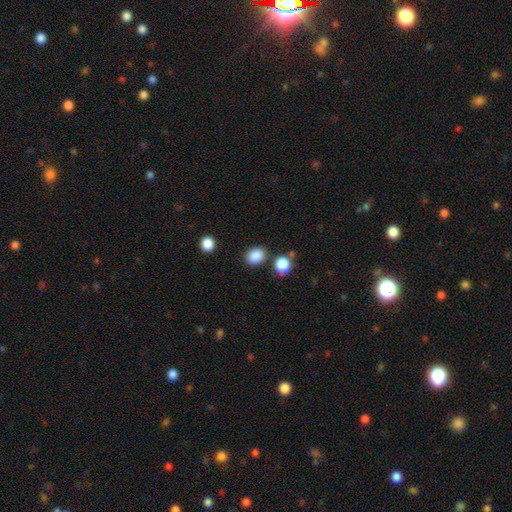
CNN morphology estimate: A smooth galaxy with no disk features (87%) that is round (54%).

Vote fractions:
- Smooth or featured? smooth: 87% / star or artifact: 10% / featured or disk: 4%
- How rounded? round: 54% / in between: 45% / cigar-shaped: 1%
- Merging? none: 79% / minor disturbance: 10% / merger: 7% / major disturbance: 3%